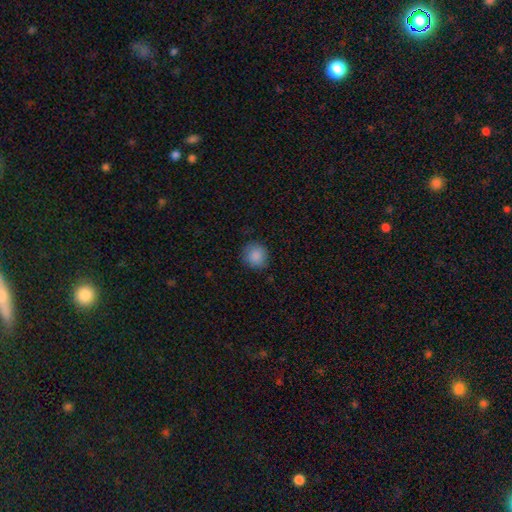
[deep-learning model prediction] Smooth or featured? Predicted: smooth (p=0.87). How rounded? Predicted: round (p=0.87). Merging? Predicted: none (p=0.84).